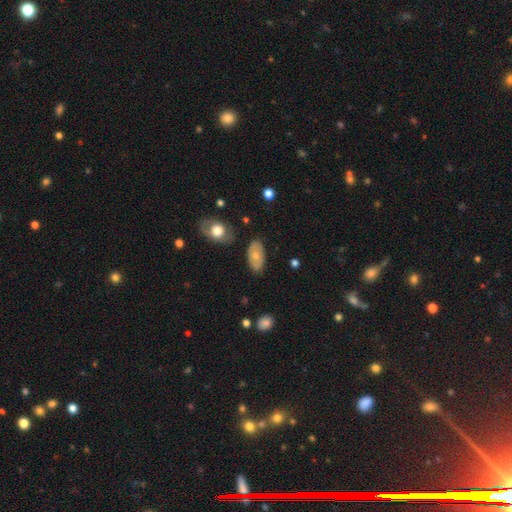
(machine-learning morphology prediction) Q: Smooth or featured?
A: smooth (58%); runner-up: featured or disk (35%)
Q: How rounded?
A: in between (92%); runner-up: round (5%)
Q: Merging?
A: none (79%); runner-up: minor disturbance (15%)